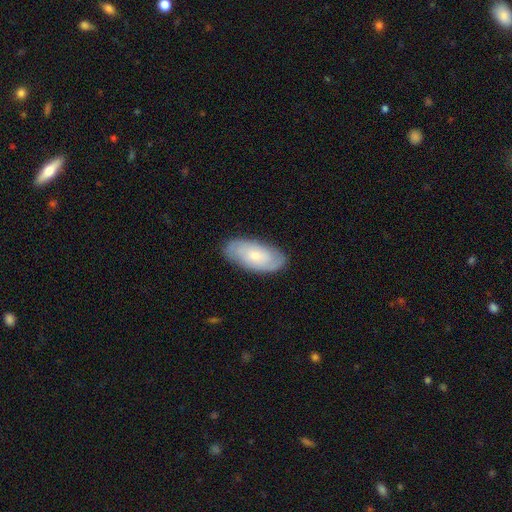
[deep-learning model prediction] Smooth or featured: smooth — 47% (featured or disk — 46%)
Merging: none — 83% (minor disturbance — 13%)